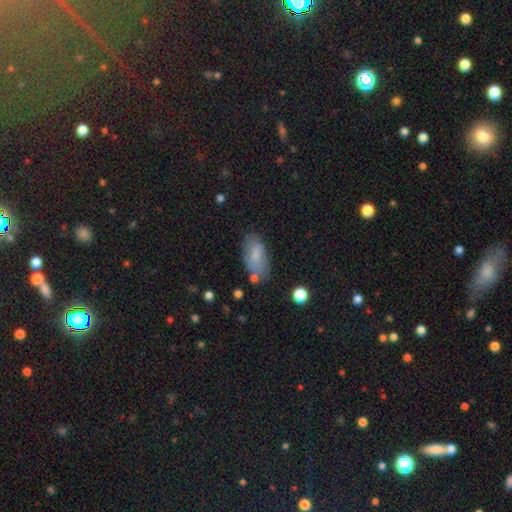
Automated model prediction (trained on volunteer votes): A smooth galaxy with no disk features (76%) that is in between round and cigar-shaped (91%). Merging: none (66%).